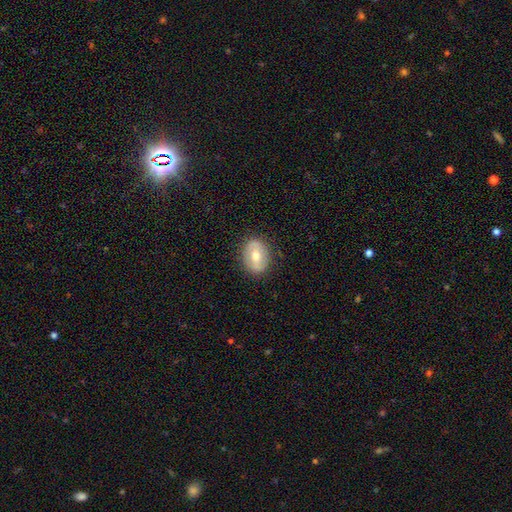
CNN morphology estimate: A smooth galaxy with no disk features (54%) that is in between round and cigar-shaped (61%). Merging: none (83%).